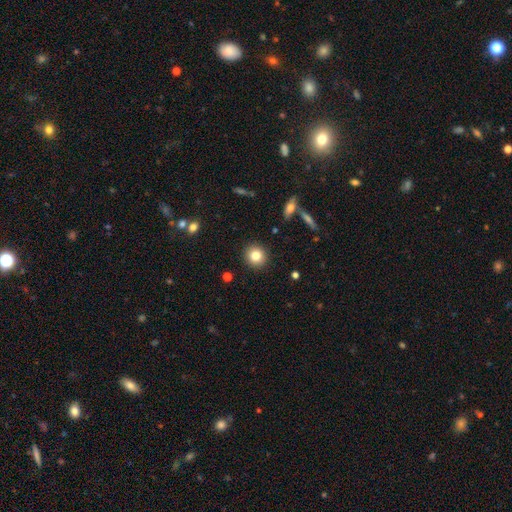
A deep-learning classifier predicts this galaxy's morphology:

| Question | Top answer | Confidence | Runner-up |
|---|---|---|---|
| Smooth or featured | smooth | 82% | star or artifact (10%) |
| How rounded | round | 91% | in between (8%) |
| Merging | none | 91% | minor disturbance (5%) |